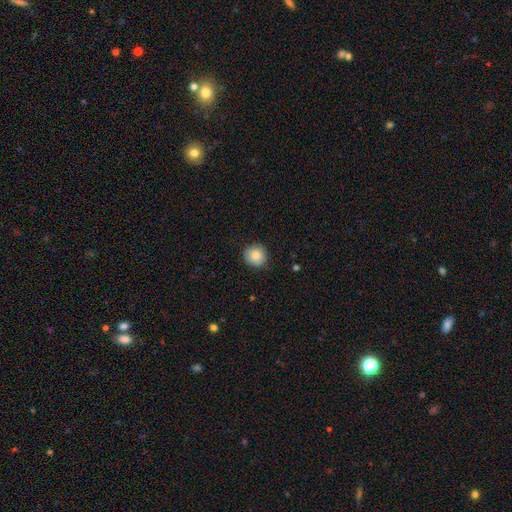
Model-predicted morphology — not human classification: Smooth or featured?
  - smooth: 81% *
  - featured or disk: 10%
  - star or artifact: 9%
How rounded?
  - round: 91% *
  - in between: 8%
  - cigar-shaped: 1%
Merging?
  - none: 85% *
  - minor disturbance: 11%
  - major disturbance: 2%
  - merger: 1%